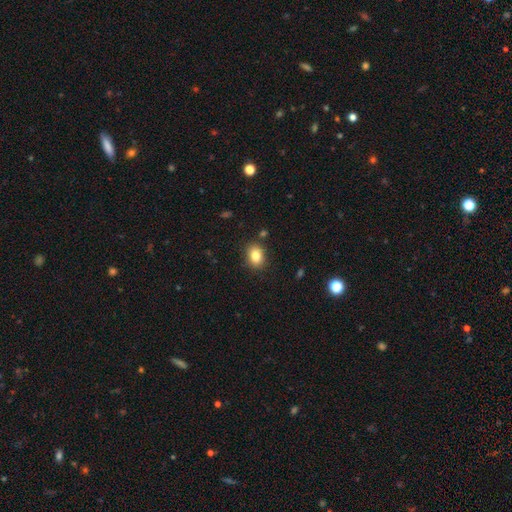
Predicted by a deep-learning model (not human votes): smooth-or-featured: smooth: 82% | star or artifact: 10% | featured or disk: 8%
  how-rounded: in between: 61% | round: 38% | cigar-shaped: 1%
  merging: none: 86% | minor disturbance: 9% | major disturbance: 2% | merger: 2%